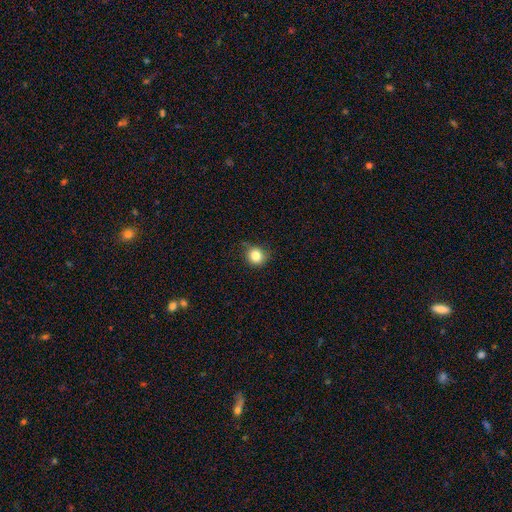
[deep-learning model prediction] Overall: smooth (83%). How rounded: round (88%). Merging: none (74%).